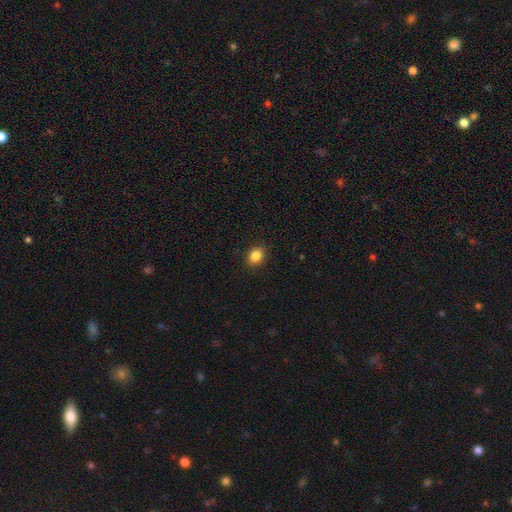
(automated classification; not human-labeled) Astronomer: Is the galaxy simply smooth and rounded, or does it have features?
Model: smooth — 86%.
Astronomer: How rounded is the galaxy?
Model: round — 51% (runner-up: in between, 48%).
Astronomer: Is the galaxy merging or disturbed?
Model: none — 90%.